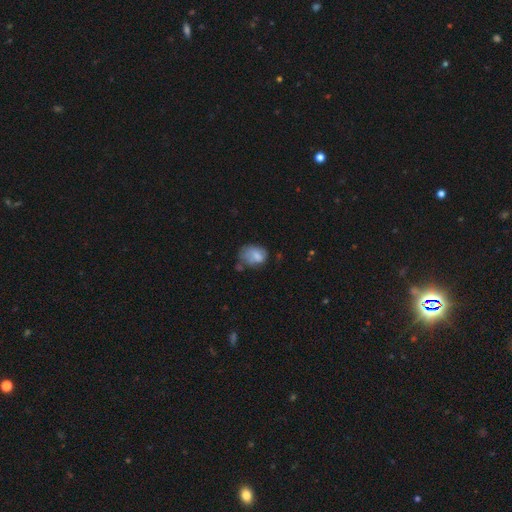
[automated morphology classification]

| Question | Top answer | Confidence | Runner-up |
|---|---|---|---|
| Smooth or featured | smooth | 68% | featured or disk (23%) |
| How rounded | in between | 69% | round (30%) |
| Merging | none | 37% | minor disturbance (34%) |